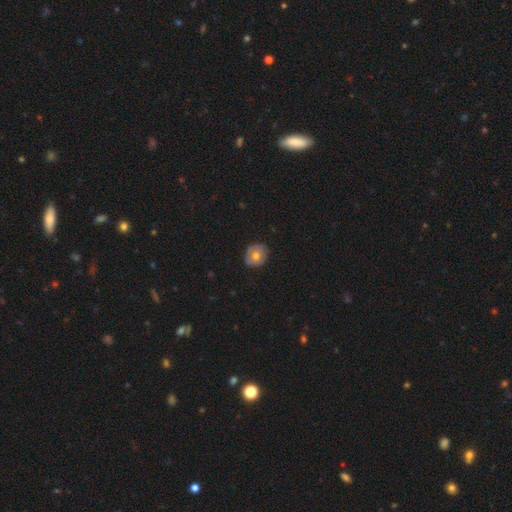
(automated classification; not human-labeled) The model was most divided on "smooth or featured": smooth: 68%, featured or disk: 24%, star or artifact: 8%. More confident: merging — none (78%); how rounded — round (76%).